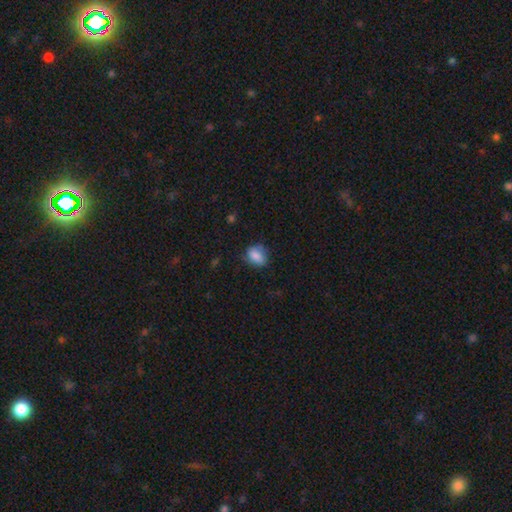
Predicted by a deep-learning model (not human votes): smooth-or-featured: smooth: 80% | featured or disk: 12% | star or artifact: 8%
  how-rounded: in between: 70% | round: 28% | cigar-shaped: 2%
  merging: none: 64% | minor disturbance: 27% | major disturbance: 8% | merger: 2%